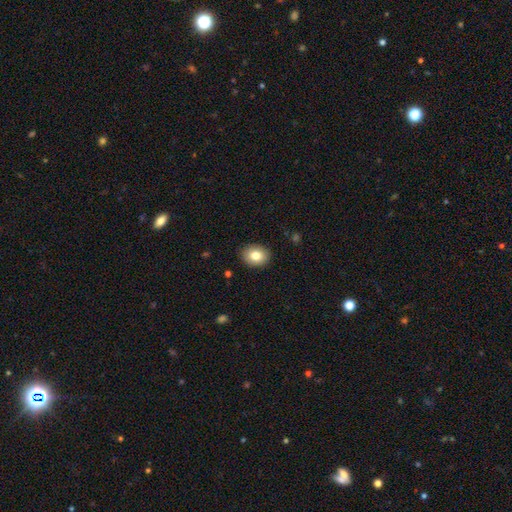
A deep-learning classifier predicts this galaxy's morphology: This is clearly a smooth galaxy (82%). How rounded: possibly in between (50%). Merging: clearly none (89%).